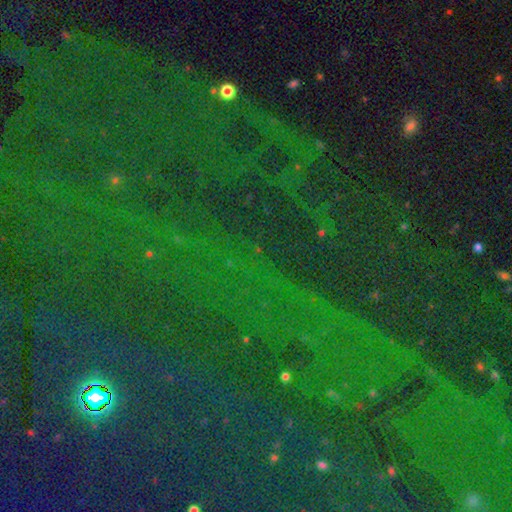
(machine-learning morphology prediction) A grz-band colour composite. It shows a star or artifact, not a galaxy (84%).